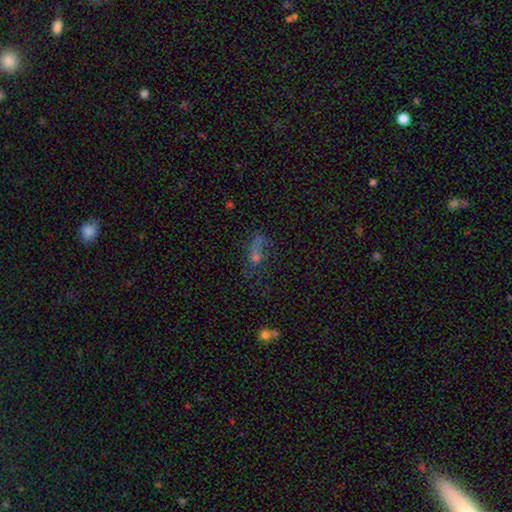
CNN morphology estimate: Smooth or featured?
  - smooth: 39% *
  - featured or disk: 32%
  - star or artifact: 29%
Merging?
  - none: 43% *
  - major disturbance: 27%
  - minor disturbance: 19%
  - merger: 10%